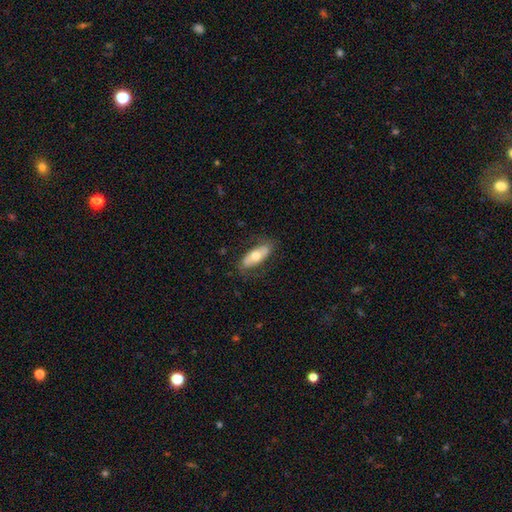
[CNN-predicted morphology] Smooth or featured?
  - smooth: 57% *
  - featured or disk: 38%
  - star or artifact: 6%
How rounded?
  - in between: 77% *
  - cigar-shaped: 20%
  - round: 3%
Merging?
  - none: 77% *
  - minor disturbance: 17%
  - major disturbance: 6%
  - merger: 1%